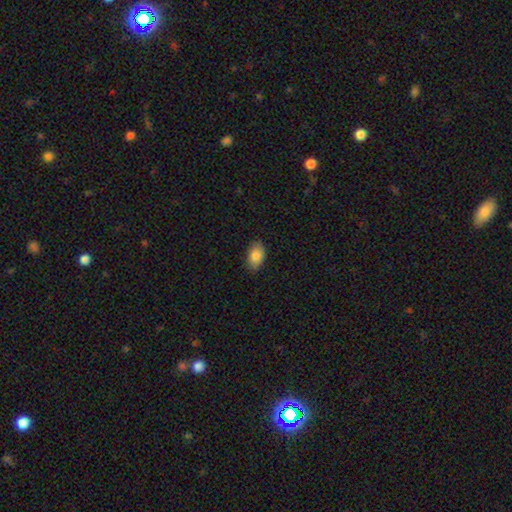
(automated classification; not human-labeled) Smooth or featured?
  - smooth: 86% *
  - star or artifact: 7%
  - featured or disk: 7%
How rounded?
  - in between: 91% *
  - round: 7%
  - cigar-shaped: 1%
Merging?
  - none: 82% *
  - minor disturbance: 14%
  - major disturbance: 2%
  - merger: 1%